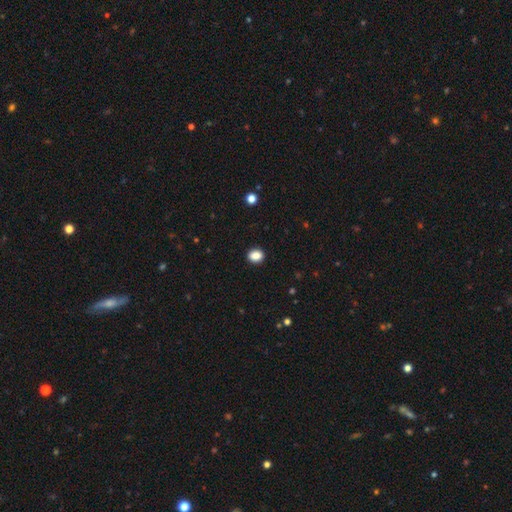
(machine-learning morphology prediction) This is clearly a smooth galaxy (88%). How rounded: possibly in between (50%). Merging: clearly none (91%).